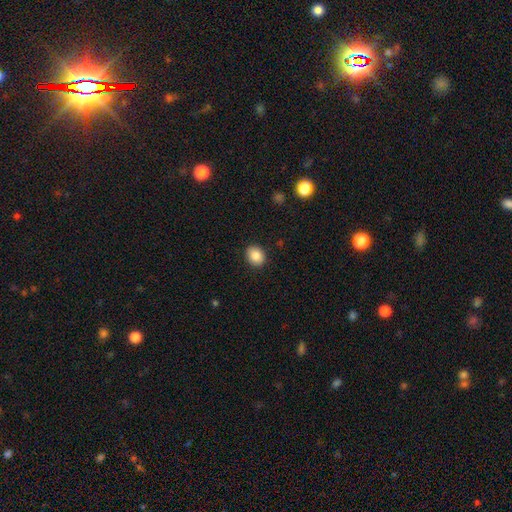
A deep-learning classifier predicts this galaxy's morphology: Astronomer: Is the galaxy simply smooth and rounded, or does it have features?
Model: smooth — 85%.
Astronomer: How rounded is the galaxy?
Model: round — 62% (runner-up: in between, 37%).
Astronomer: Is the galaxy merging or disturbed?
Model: none — 90%.